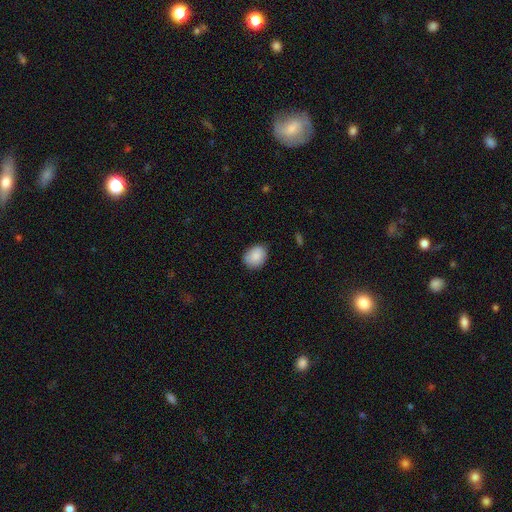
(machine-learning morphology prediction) Q: Smooth or featured?
A: smooth (85%); runner-up: featured or disk (7%)
Q: How rounded?
A: in between (55%); runner-up: round (44%)
Q: Merging?
A: none (77%); runner-up: minor disturbance (19%)